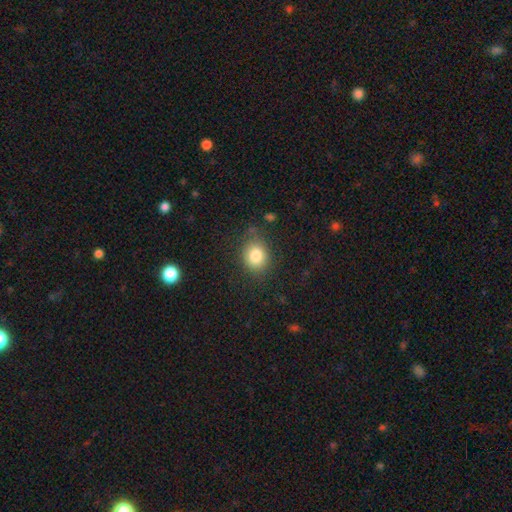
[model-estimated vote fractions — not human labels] Q: Smooth or featured?
A: smooth (83%); runner-up: star or artifact (10%)
Q: How rounded?
A: round (57%); runner-up: in between (42%)
Q: Merging?
A: none (78%); runner-up: minor disturbance (15%)